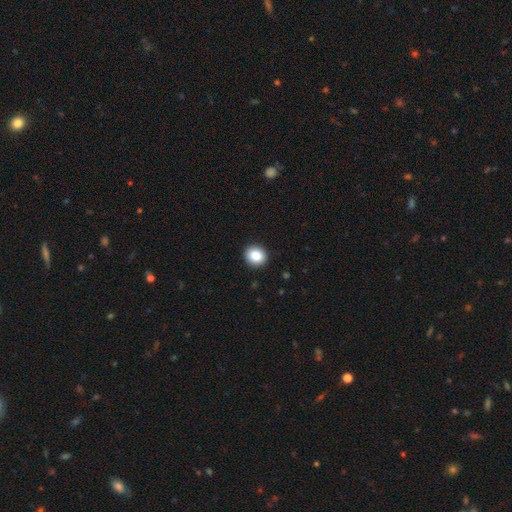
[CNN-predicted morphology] smooth-or-featured: smooth: 84% | star or artifact: 9% | featured or disk: 6%
  how-rounded: round: 81% | in between: 18% | cigar-shaped: 1%
  merging: none: 93% | minor disturbance: 5% | major disturbance: 1% | merger: 1%